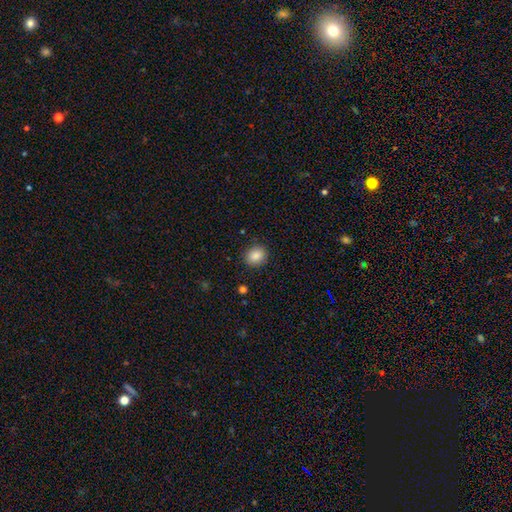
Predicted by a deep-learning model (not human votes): A smooth galaxy with no disk features (87%) that is round (65%).

Vote fractions:
- Smooth or featured? smooth: 87% / star or artifact: 9% / featured or disk: 4%
- How rounded? round: 65% / in between: 34% / cigar-shaped: 1%
- Merging? none: 88% / minor disturbance: 8% / major disturbance: 2% / merger: 1%